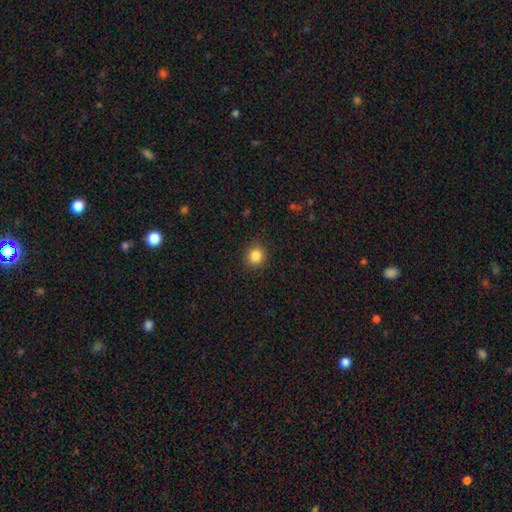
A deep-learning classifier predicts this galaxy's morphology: Smooth or featured? Predicted: smooth (p=0.85). How rounded? Predicted: round (p=0.88). Merging? Predicted: none (p=0.90).